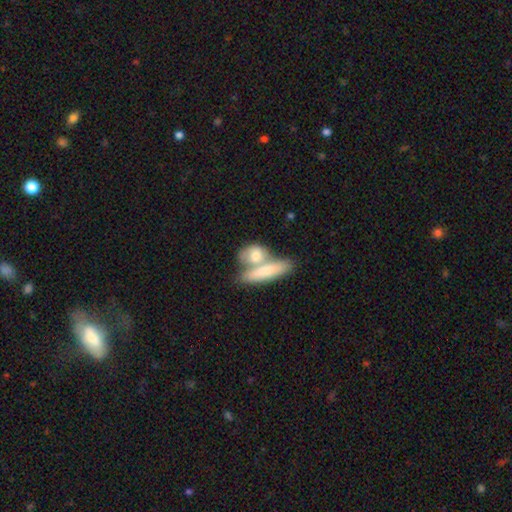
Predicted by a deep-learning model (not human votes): Overall: smooth (68%). How rounded: in between (47%; cigar-shaped 35%). Merging: merger (49%; none 37%).